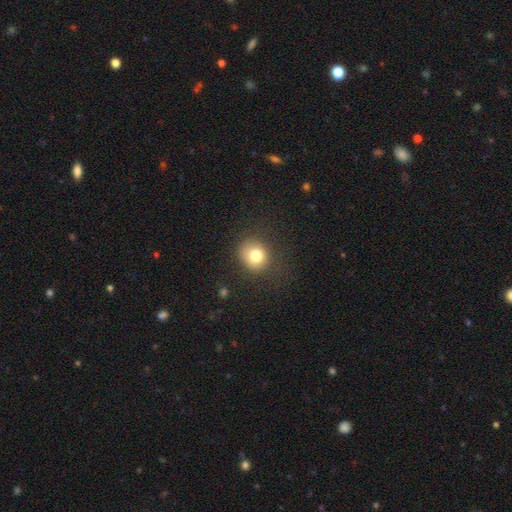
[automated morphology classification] Smooth or featured: smooth — 78% (star or artifact — 11%)
How rounded: round — 78% (in between — 21%)
Merging: none — 76% (minor disturbance — 15%)